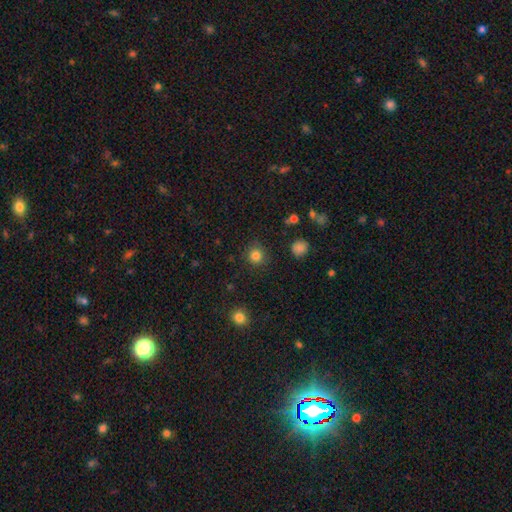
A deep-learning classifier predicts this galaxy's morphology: Q: Smooth or featured?
A: smooth (82%); runner-up: star or artifact (13%)
Q: How rounded?
A: round (93%); runner-up: in between (6%)
Q: Merging?
A: none (87%); runner-up: minor disturbance (9%)